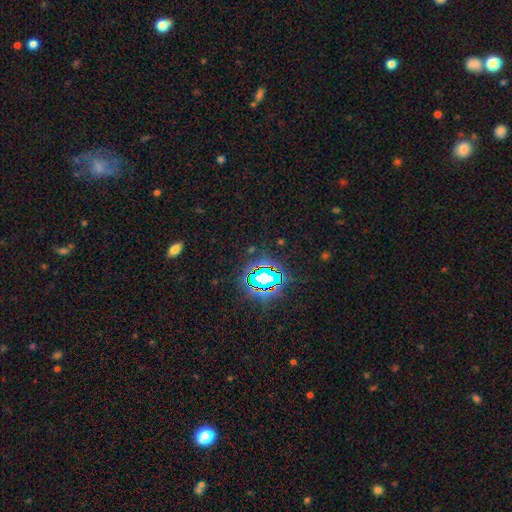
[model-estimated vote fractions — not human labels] Smooth or featured? star or artifact (80%)